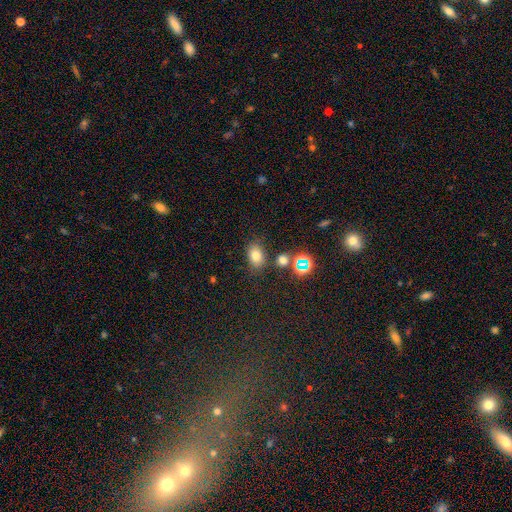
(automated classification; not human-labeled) Smooth or featured? Predicted: smooth (p=0.73). How rounded? Predicted: in between (p=0.75). Merging? Predicted: none (p=0.74).